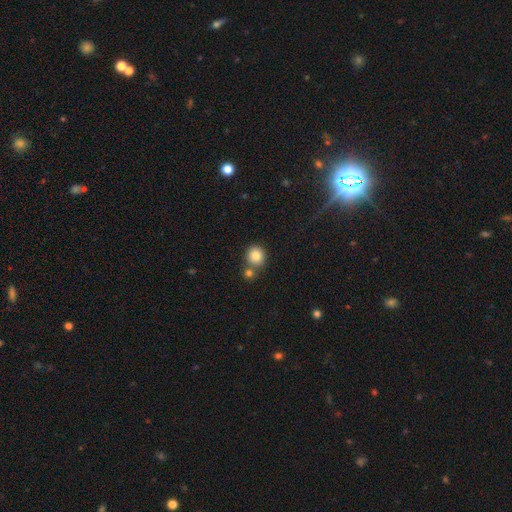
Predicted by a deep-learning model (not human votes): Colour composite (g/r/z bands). It shows a smooth galaxy with no disk features (84%) that is round (88%). Merging: none (66%).